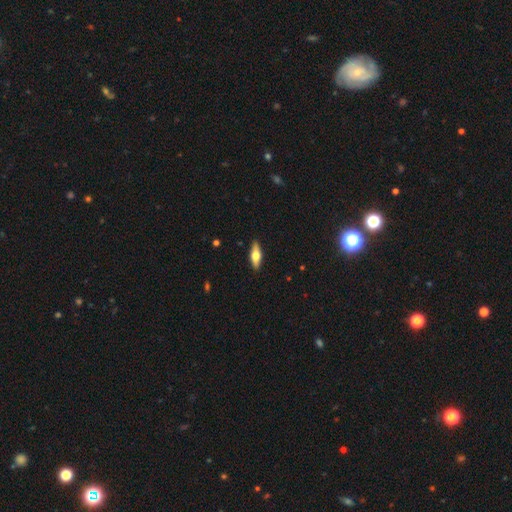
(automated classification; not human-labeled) Smooth or featured: smooth — 54% (featured or disk — 40%)
How rounded: in between — 56% (cigar-shaped — 42%)
Merging: none — 90% (minor disturbance — 8%)